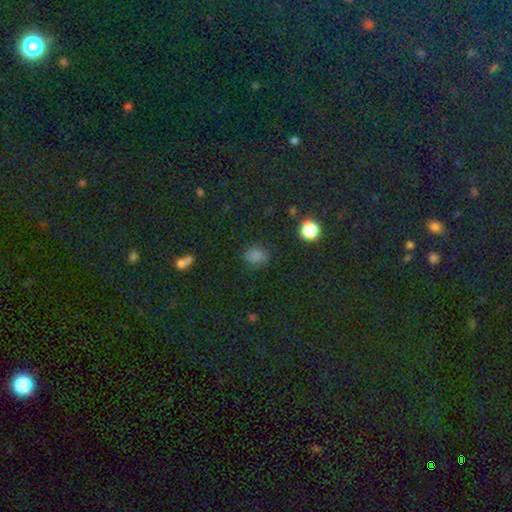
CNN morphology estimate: smooth-or-featured: smooth: 75% | star or artifact: 19% | featured or disk: 6%
  how-rounded: round: 57% | in between: 42% | cigar-shaped: 1%
  merging: none: 77% | minor disturbance: 16% | major disturbance: 5% | merger: 2%